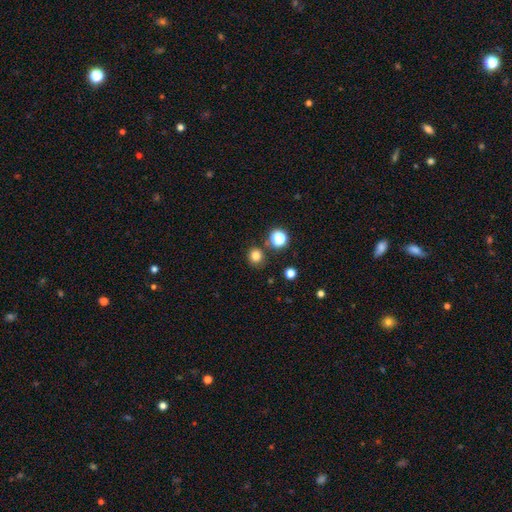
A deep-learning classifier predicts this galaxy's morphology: A smooth galaxy with no disk features (80%) that is round (87%). Merging: none (83%).